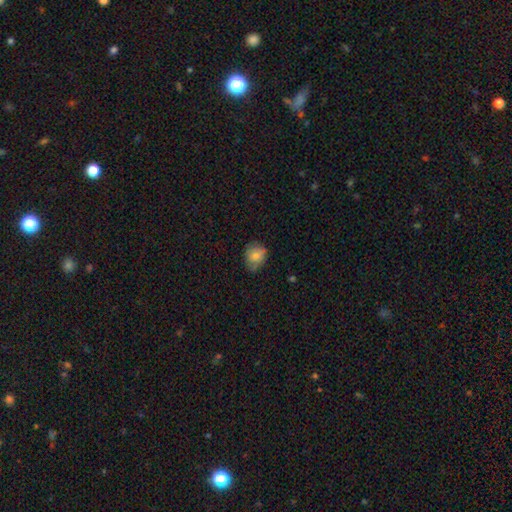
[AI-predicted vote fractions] smooth_or_featured: smooth (p=0.76) [alt: featured or disk p=0.15]
how_rounded: round (p=0.60) [alt: in between p=0.39]
merging: none (p=0.65) [alt: minor disturbance p=0.28]